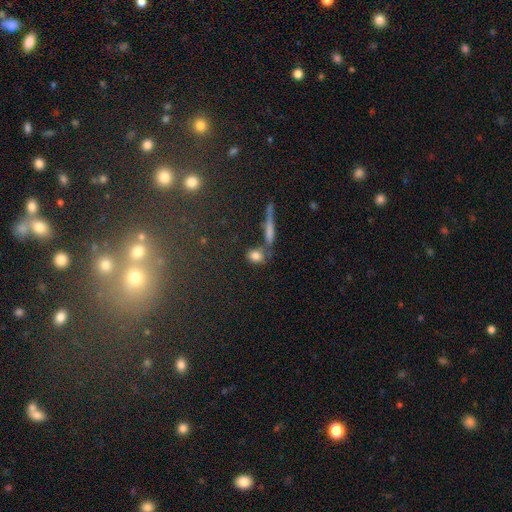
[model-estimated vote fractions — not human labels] smooth 78%, star or artifact 11%, featured or disk 11%. Down the decision tree: how rounded — in between (49%); merging — none (61%).